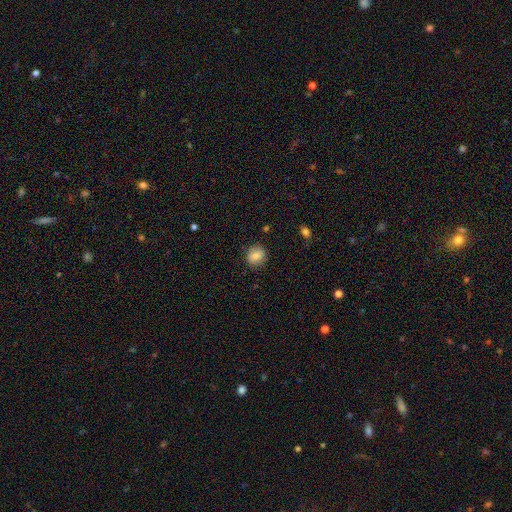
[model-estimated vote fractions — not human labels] Smooth or featured? Predicted: smooth (p=0.79). How rounded? Predicted: round (p=0.84). Merging? Predicted: none (p=0.86).